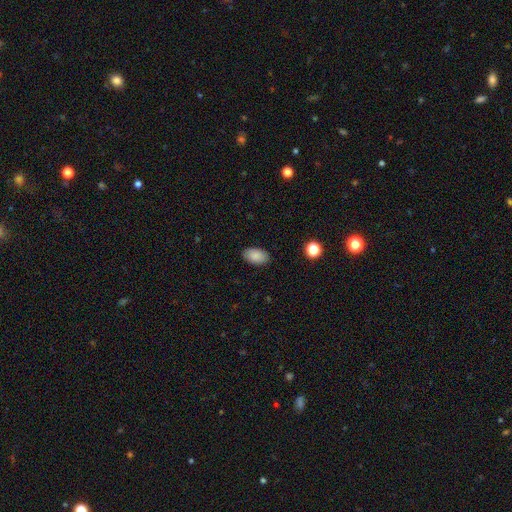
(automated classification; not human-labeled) smooth_or_featured: smooth (p=0.87) [alt: star or artifact p=0.08]
how_rounded: in between (p=0.92) [alt: round p=0.06]
merging: none (p=0.87) [alt: minor disturbance p=0.10]